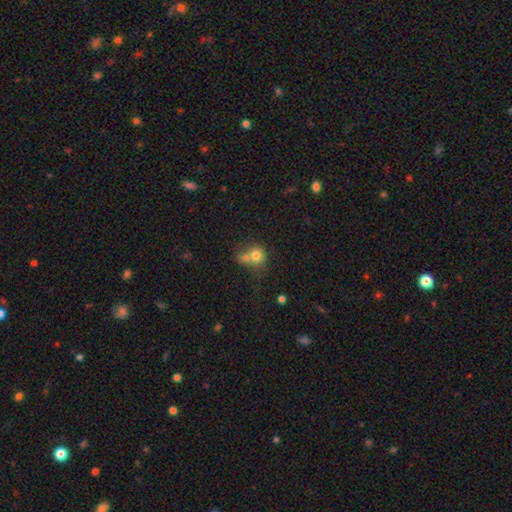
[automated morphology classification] A smooth galaxy with no disk features (76%) that is round (78%). Merging: merger (55%).